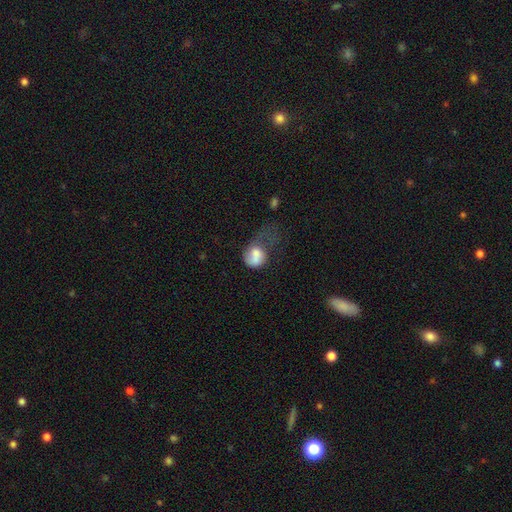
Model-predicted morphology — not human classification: The model was most divided on "how rounded": in between: 53%, round: 46%, cigar-shaped: 1%. More confident: smooth or featured — smooth (64%); merging — major disturbance (58%).